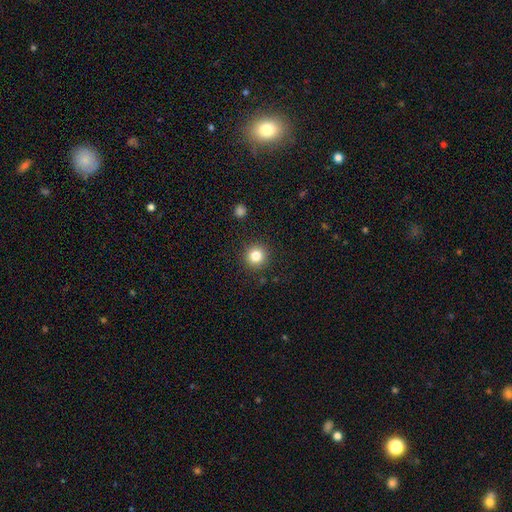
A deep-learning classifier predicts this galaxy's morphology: Overall: smooth (82%). How rounded: round (95%). Merging: none (91%).